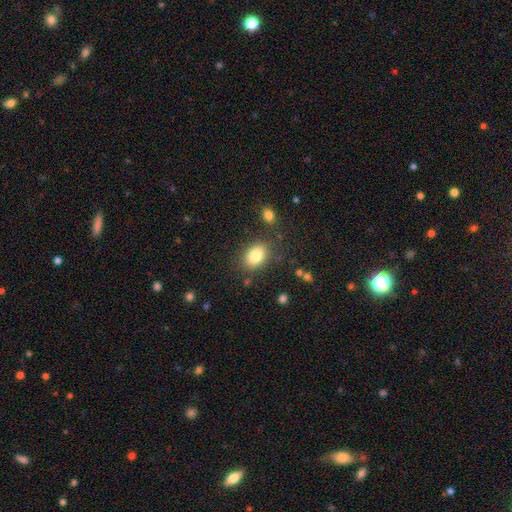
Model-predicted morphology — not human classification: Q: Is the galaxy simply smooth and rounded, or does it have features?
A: smooth — 83%.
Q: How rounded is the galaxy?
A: in between — 79%.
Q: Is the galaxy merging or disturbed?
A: none — 81%.